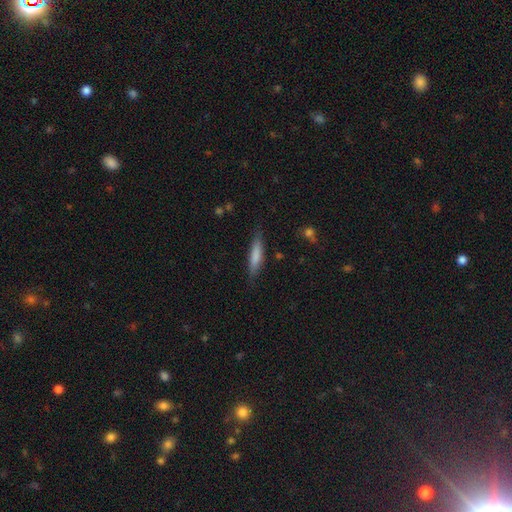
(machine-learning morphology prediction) A smooth galaxy with no disk features (75%) that is cigar-shaped (81%). Merging: none (80%).